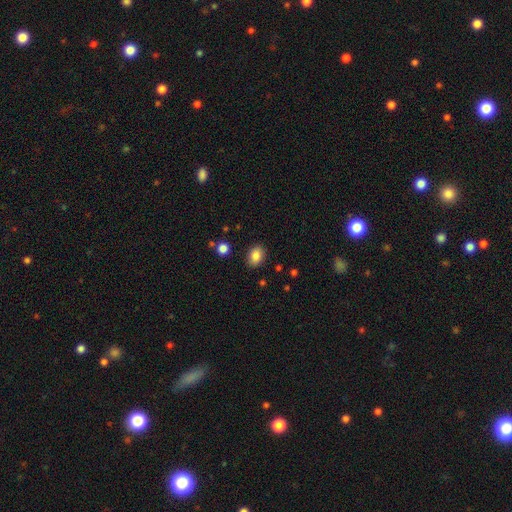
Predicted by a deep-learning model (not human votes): Smooth or featured? Predicted: smooth (p=0.85). How rounded? Predicted: in between (p=0.68). Merging? Predicted: none (p=0.87).